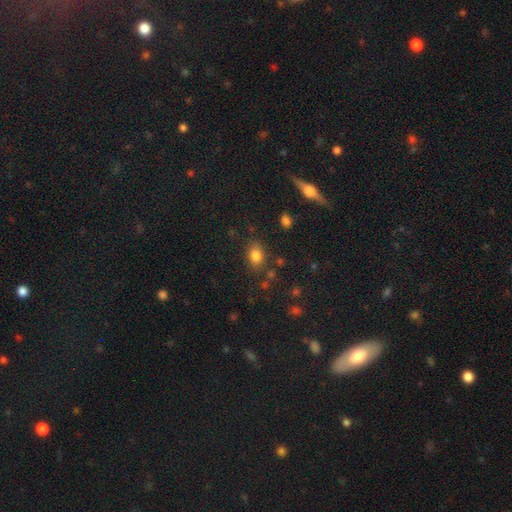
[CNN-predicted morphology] type=smooth (81%); roundness=in between (71%); merging=none (79%).